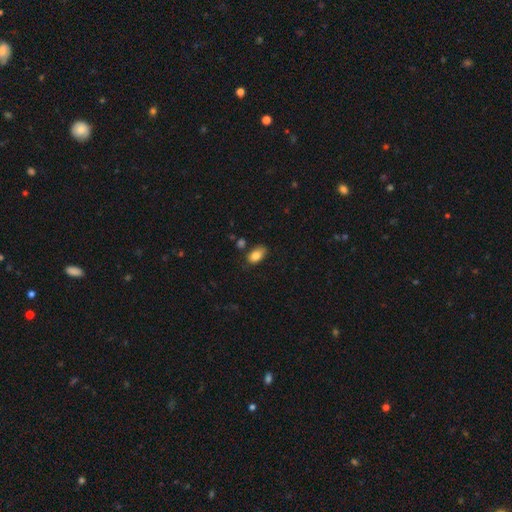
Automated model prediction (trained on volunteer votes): A smooth galaxy with no disk features (83%) that is in between round and cigar-shaped (90%). Merging: none (67%).